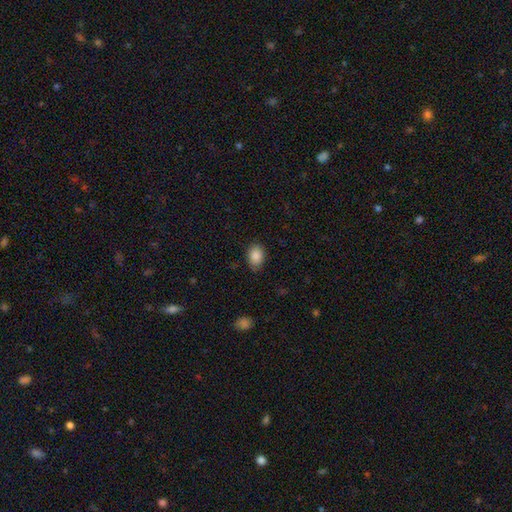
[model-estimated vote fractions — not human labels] A smooth galaxy with no disk features (88%) that is in between round and cigar-shaped (81%). Merging: none (82%).